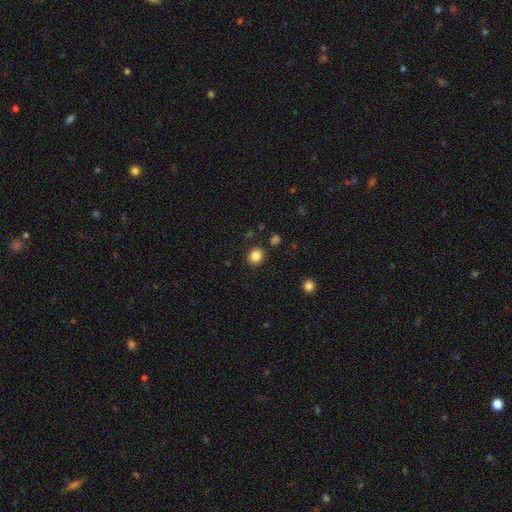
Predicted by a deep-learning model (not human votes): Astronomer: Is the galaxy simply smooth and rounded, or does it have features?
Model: smooth — 85%.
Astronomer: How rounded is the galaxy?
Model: round — 65%.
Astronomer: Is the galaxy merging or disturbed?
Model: none — 86%.